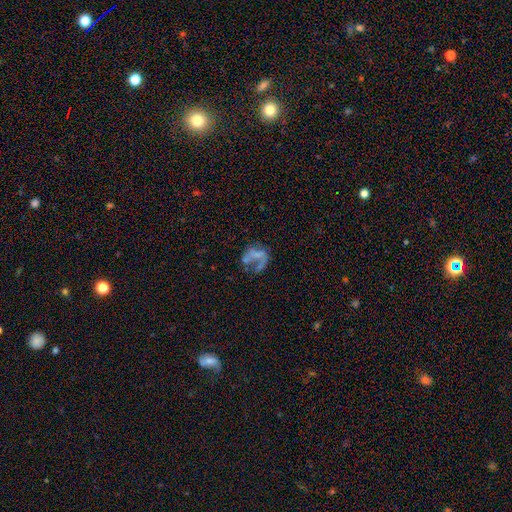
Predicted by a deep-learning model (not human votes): Smooth or featured?
  - featured or disk: 53% *
  - smooth: 33%
  - star or artifact: 14%
Edge-on disk?
  - no: 98% *
  - yes: 2%
Bar?
  - no: 78% *
  - weak: 15%
  - strong: 7%
Spiral arms?
  - no: 74% *
  - yes: 26%
Bulge size?
  - none: 75% *
  - small: 13%
  - moderate: 8%
  - large: 3%
  - dominant: 2%
Merging?
  - major disturbance: 40% *
  - none: 29%
  - minor disturbance: 15%
  - merger: 15%